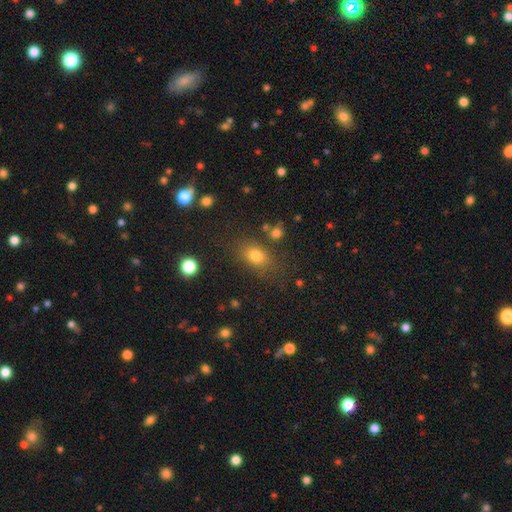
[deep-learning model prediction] This is likely a smooth galaxy (74%). How rounded: likely in between (69%). Merging: likely none (78%).